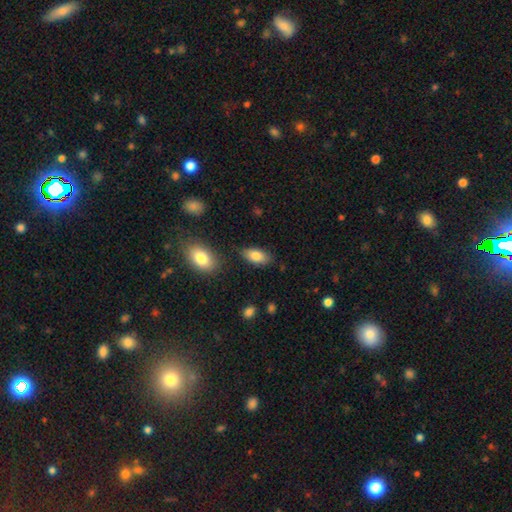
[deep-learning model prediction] smooth-or-featured: smooth: 83% | featured or disk: 10% | star or artifact: 7%
  how-rounded: in between: 92% | cigar-shaped: 5% | round: 3%
  merging: none: 81% | minor disturbance: 13% | merger: 4% | major disturbance: 3%